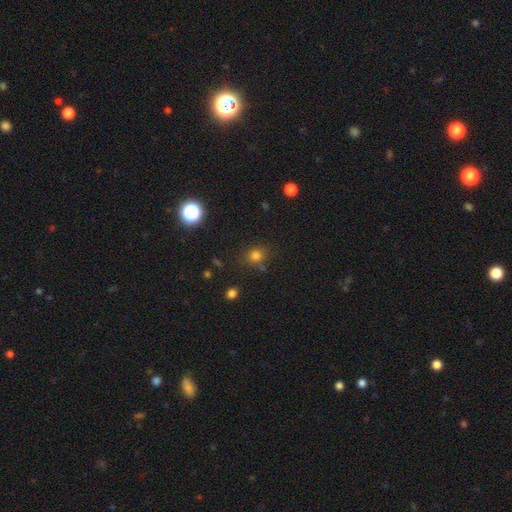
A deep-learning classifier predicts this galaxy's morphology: Smooth or featured? Predicted: smooth (p=0.75). How rounded? Predicted: round (p=0.77). Merging? Predicted: none (p=0.76).